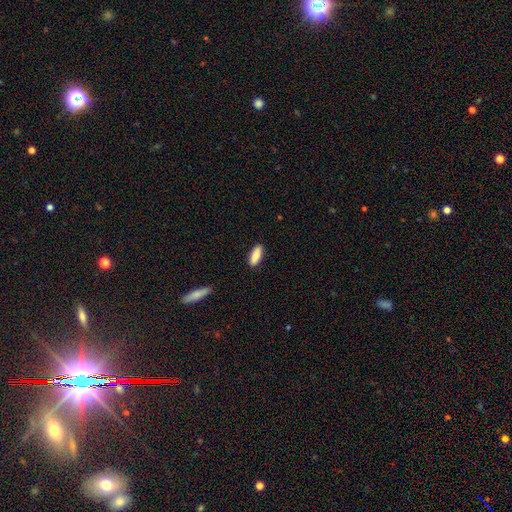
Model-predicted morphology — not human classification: Smooth or featured: smooth — 84% (featured or disk — 10%)
How rounded: in between — 63% (cigar-shaped — 35%)
Merging: none — 87% (minor disturbance — 9%)